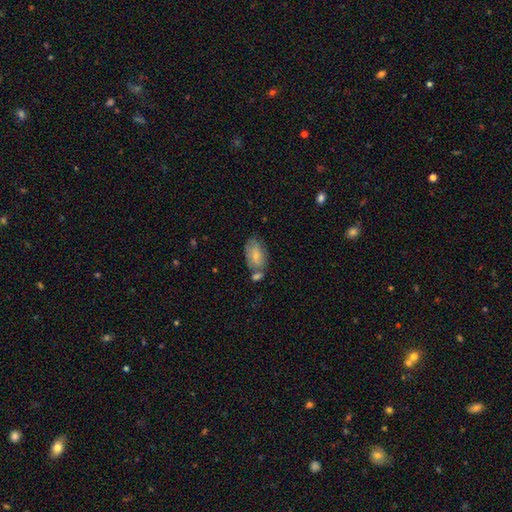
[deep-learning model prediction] Morphology: type=smooth (68%); roundness=in between (92%); merging=none (47%).